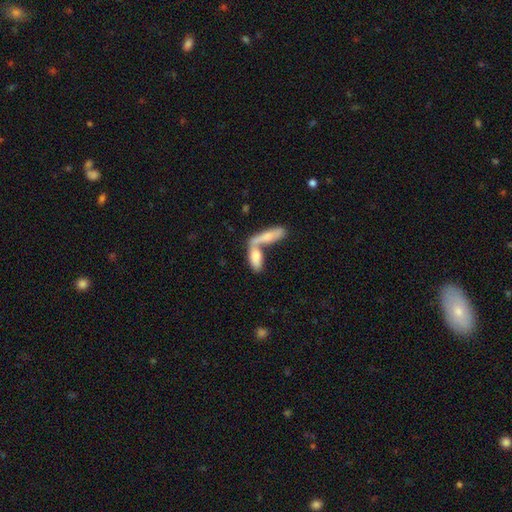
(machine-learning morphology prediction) This is likely a smooth galaxy (72%). How rounded: likely in between (61%). Merging: likely merger (65%).